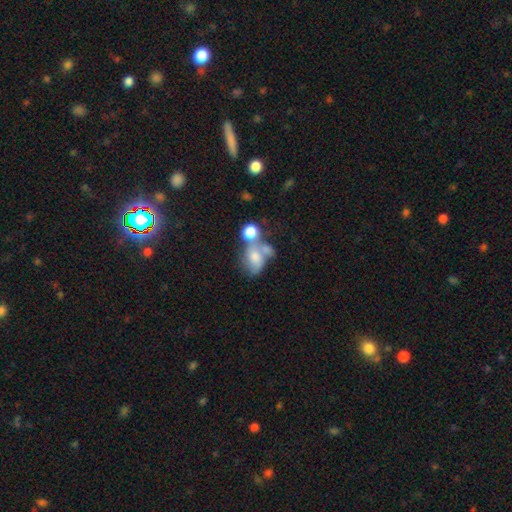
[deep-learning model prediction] Smooth or featured?
  - smooth: 61% *
  - featured or disk: 28%
  - star or artifact: 11%
How rounded?
  - in between: 67% *
  - round: 31%
  - cigar-shaped: 2%
Merging?
  - merger: 54% *
  - none: 20%
  - major disturbance: 14%
  - minor disturbance: 12%